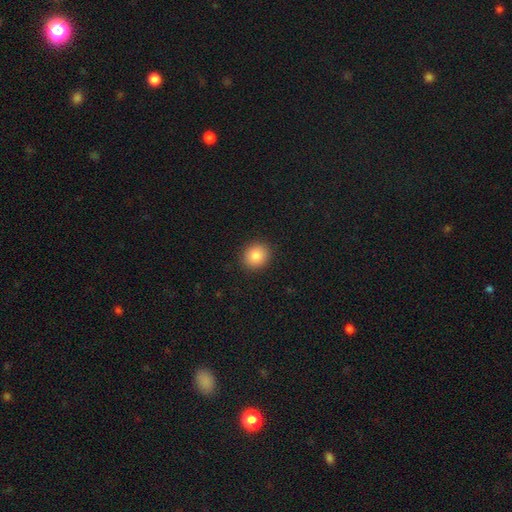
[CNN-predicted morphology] Smooth or featured: smooth — 86% (star or artifact — 9%)
How rounded: round — 76% (in between — 23%)
Merging: none — 91% (minor disturbance — 6%)